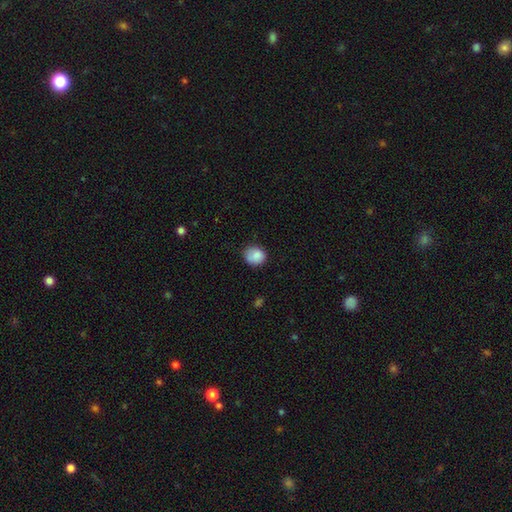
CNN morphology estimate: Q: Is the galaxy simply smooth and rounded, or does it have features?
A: smooth — 86%.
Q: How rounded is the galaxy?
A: round — 71%.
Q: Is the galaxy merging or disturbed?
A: none — 74%.